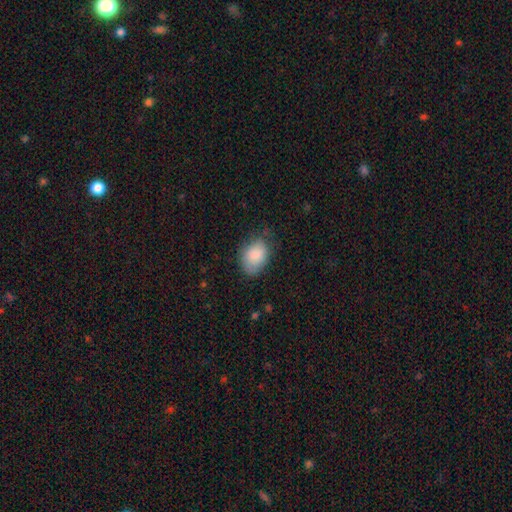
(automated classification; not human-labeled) Smooth or featured? Predicted: smooth (p=0.84). How rounded? Predicted: in between (p=0.77). Merging? Predicted: none (p=0.69).